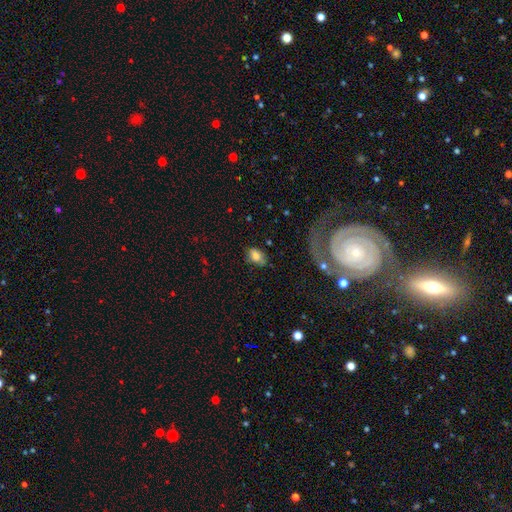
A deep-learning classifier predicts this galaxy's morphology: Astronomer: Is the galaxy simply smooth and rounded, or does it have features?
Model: smooth — 76%.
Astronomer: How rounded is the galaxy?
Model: in between — 78%.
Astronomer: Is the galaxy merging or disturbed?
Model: none — 59%.